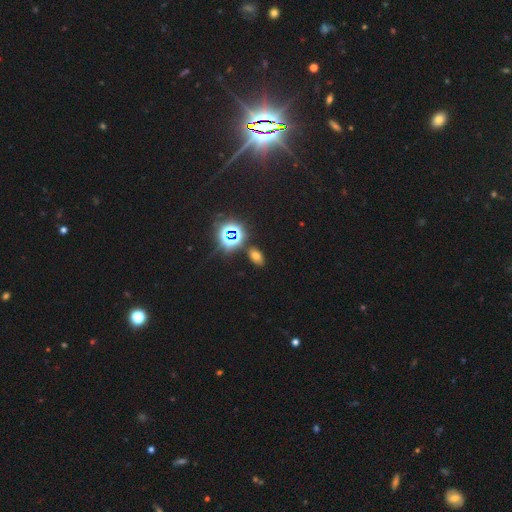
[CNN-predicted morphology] smooth_or_featured: smooth (p=0.58) [alt: star or artifact p=0.33]
how_rounded: in between (p=0.85) [alt: round p=0.13]
merging: none (p=0.84) [alt: minor disturbance p=0.09]